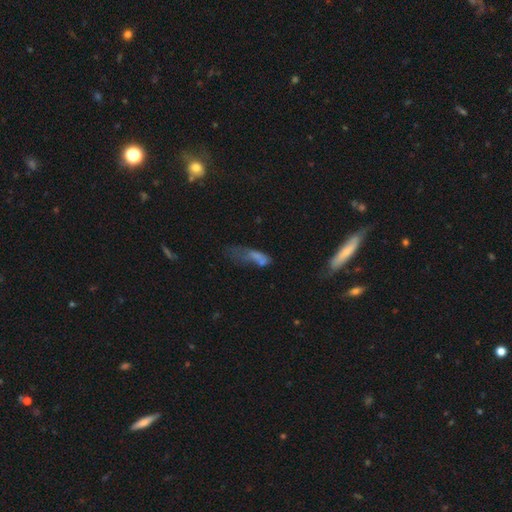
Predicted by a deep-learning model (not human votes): This is possibly a smooth galaxy (52%). How rounded: possibly cigar-shaped (58%). Merging: marginally none (32%).